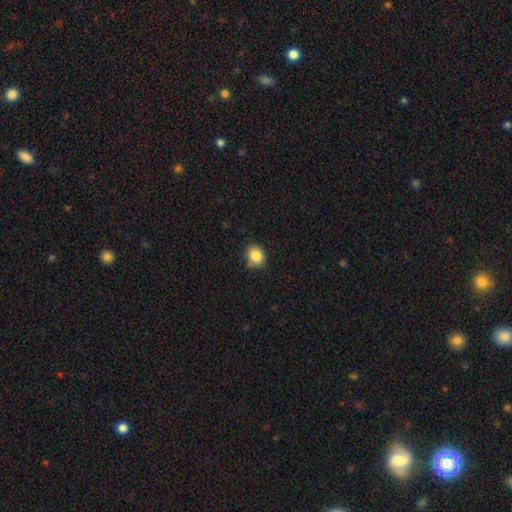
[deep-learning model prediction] Smooth or featured: smooth — 86% (star or artifact — 9%)
How rounded: round — 55% (in between — 44%)
Merging: none — 79% (minor disturbance — 16%)